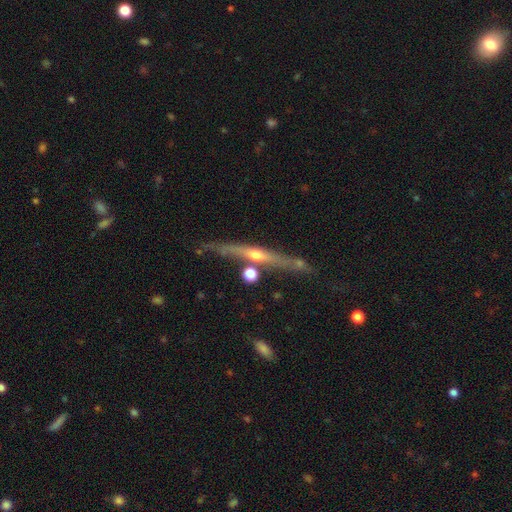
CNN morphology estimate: featured or disk 72%, smooth 21%, star or artifact 7%. Down the decision tree: edge-on disk — yes (93%); edge-on bulge — rounded (83%); merging — none (70%).